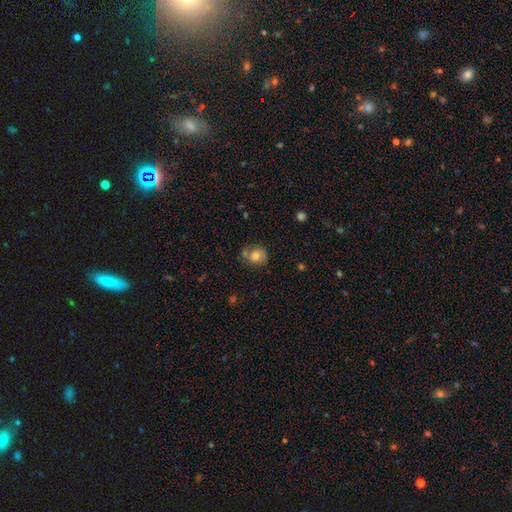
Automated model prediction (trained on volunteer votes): Smooth or featured? Predicted: smooth (p=0.70). How rounded? Predicted: round (p=0.73). Merging? Predicted: none (p=0.57).